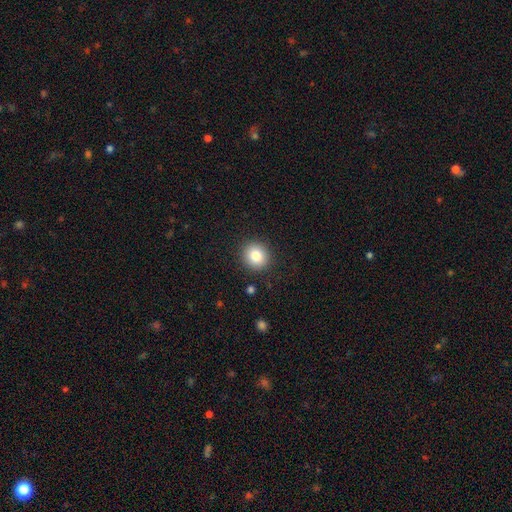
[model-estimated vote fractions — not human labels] The model was most divided on "smooth or featured": smooth: 83%, star or artifact: 10%, featured or disk: 7%. More confident: merging — none (90%); how rounded — round (88%).